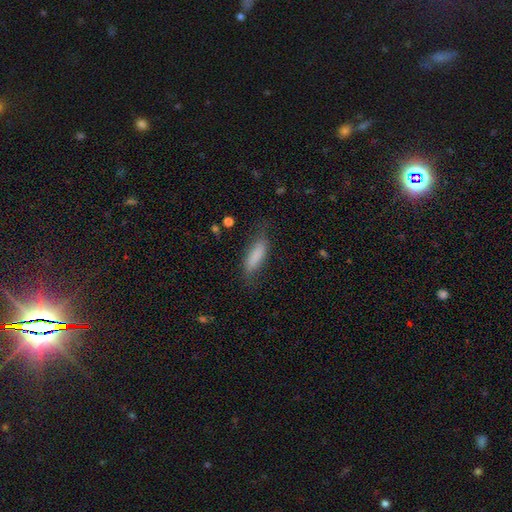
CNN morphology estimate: Smooth or featured? Predicted: smooth (p=0.80). How rounded? Predicted: cigar-shaped (p=0.55). Merging? Predicted: none (p=0.68).